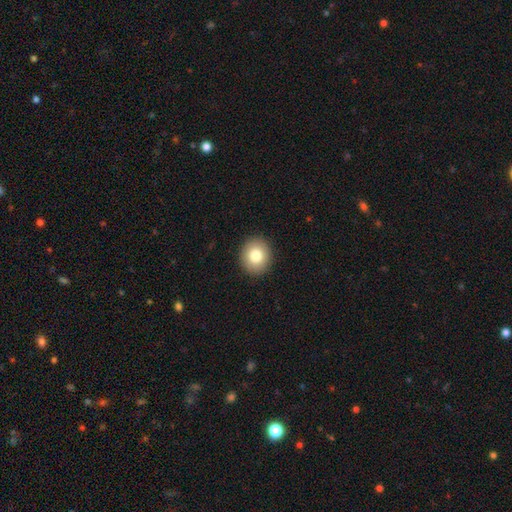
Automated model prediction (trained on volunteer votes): Morphology: type=smooth (81%); roundness=round (74%); merging=none (92%).